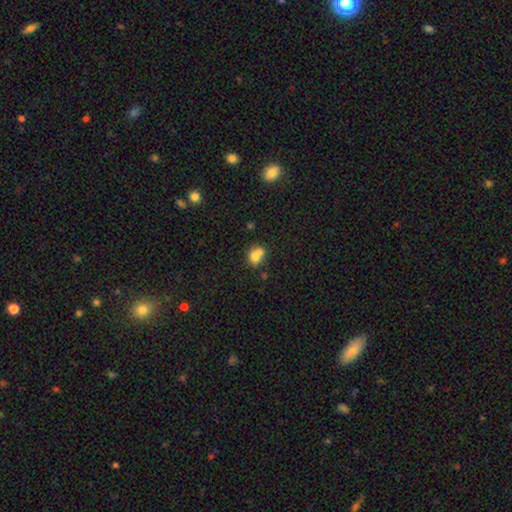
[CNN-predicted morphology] This appears to be a smooth galaxy with no disk features (73%) that is round (60%). Merging: merger (52%).